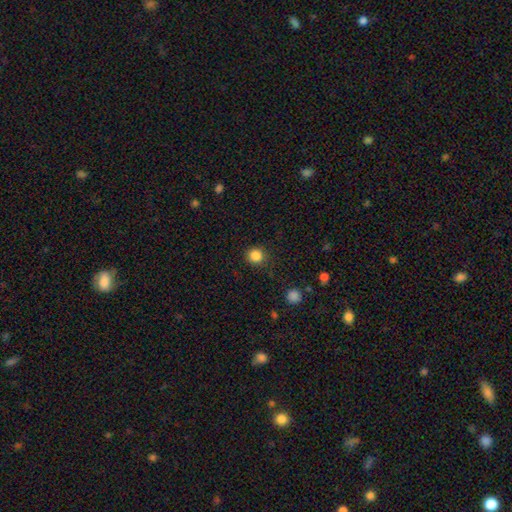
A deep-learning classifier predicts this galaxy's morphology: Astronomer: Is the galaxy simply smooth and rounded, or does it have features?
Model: smooth — 85%.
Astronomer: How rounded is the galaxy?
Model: round — 91%.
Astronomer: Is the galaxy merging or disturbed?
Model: none — 89%.